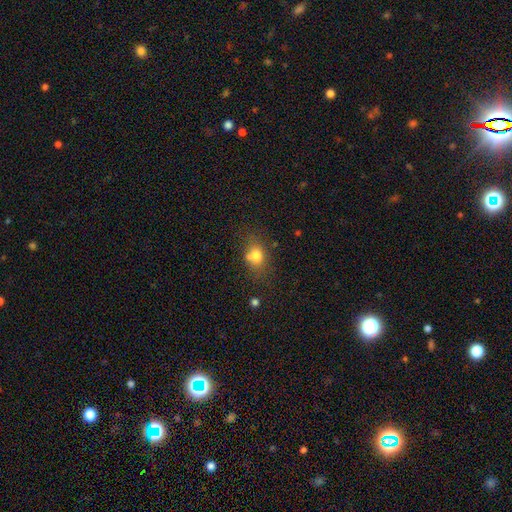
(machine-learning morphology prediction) Smooth or featured? Predicted: smooth (p=0.76). How rounded? Predicted: in between (p=0.58). Merging? Predicted: none (p=0.57).